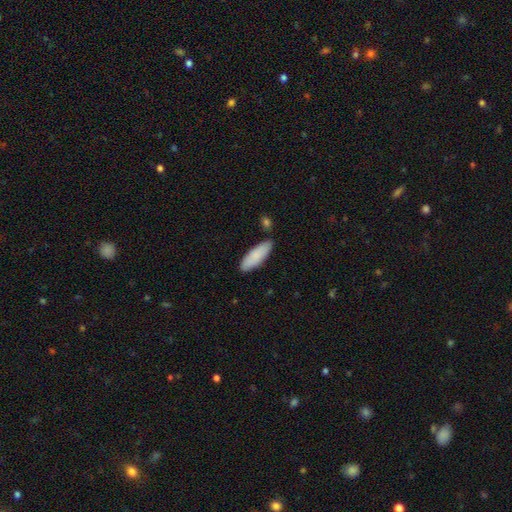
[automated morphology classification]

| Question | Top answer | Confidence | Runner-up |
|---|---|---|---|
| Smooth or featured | smooth | 86% | featured or disk (8%) |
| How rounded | in between | 59% | cigar-shaped (39%) |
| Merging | none | 81% | minor disturbance (13%) |